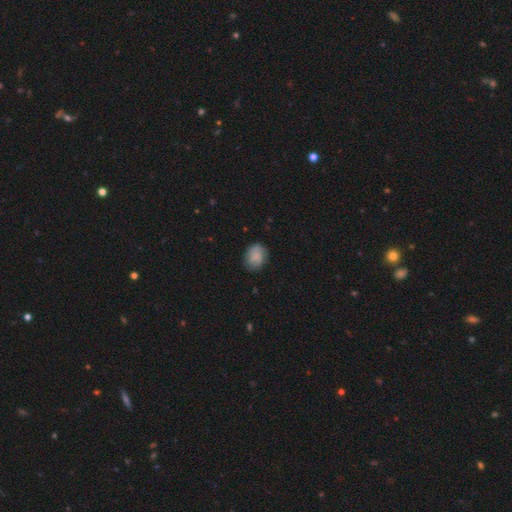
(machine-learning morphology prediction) A smooth galaxy with no disk features (79%) that is round (53%). Merging: none (76%).